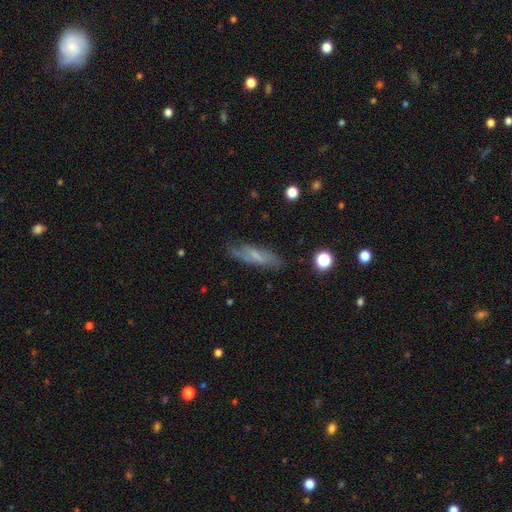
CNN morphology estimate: type=smooth (48%); merging=none (74%).